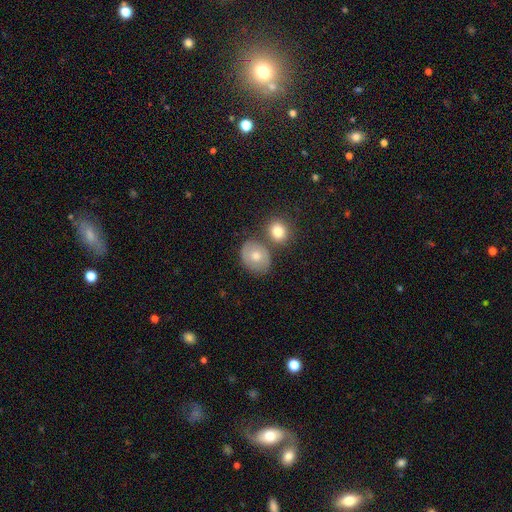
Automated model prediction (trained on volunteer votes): This appears to be a smooth galaxy with no disk features (68%) that is round (53%). Merging: none (61%).